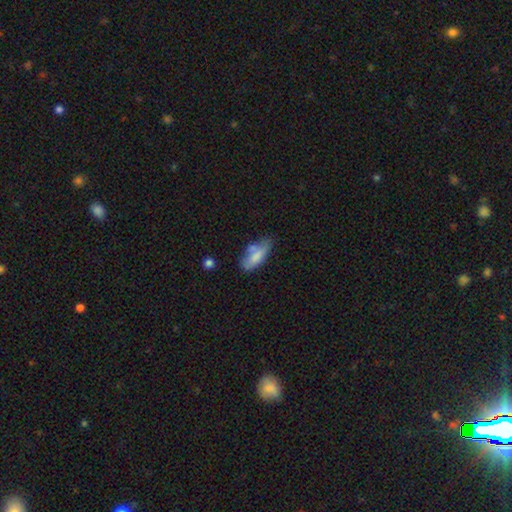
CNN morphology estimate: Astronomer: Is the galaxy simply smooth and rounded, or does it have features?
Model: smooth — 71%.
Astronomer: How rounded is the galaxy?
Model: in between — 78%.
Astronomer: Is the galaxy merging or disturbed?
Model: none — 41% (runner-up: minor disturbance, 31%).